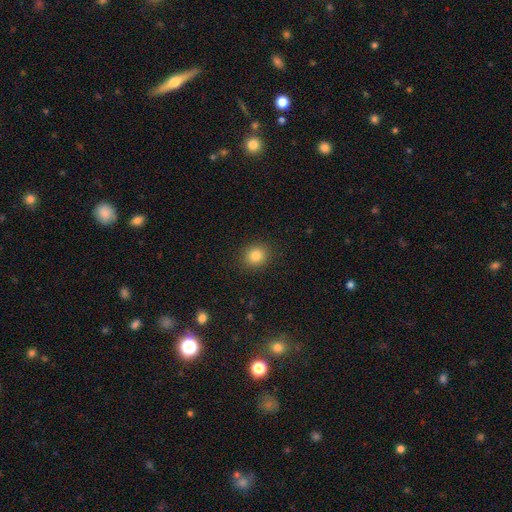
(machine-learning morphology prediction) Smooth or featured? Predicted: smooth (p=0.83). How rounded? Predicted: round (p=0.78). Merging? Predicted: none (p=0.90).